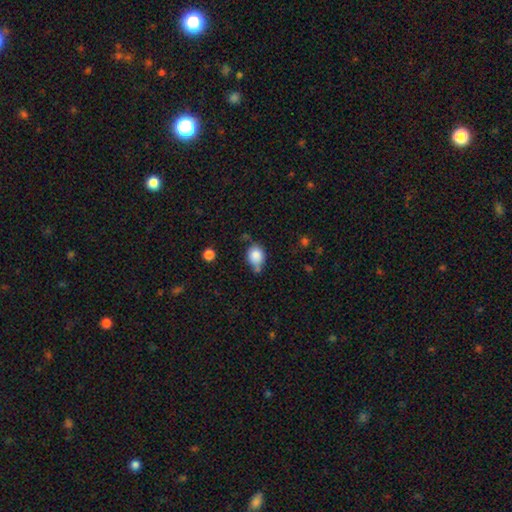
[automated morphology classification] Smooth or featured? Predicted: smooth (p=0.83). How rounded? Predicted: round (p=0.51). Merging? Predicted: none (p=0.54).